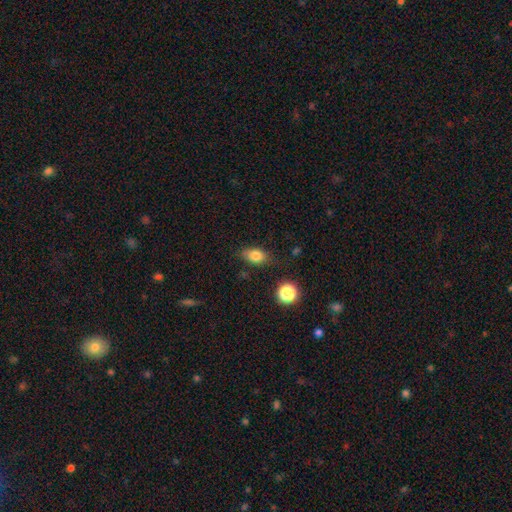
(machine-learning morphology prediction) This appears to be a smooth galaxy with no disk features (79%) that is in between round and cigar-shaped (79%). Merging: none (76%).